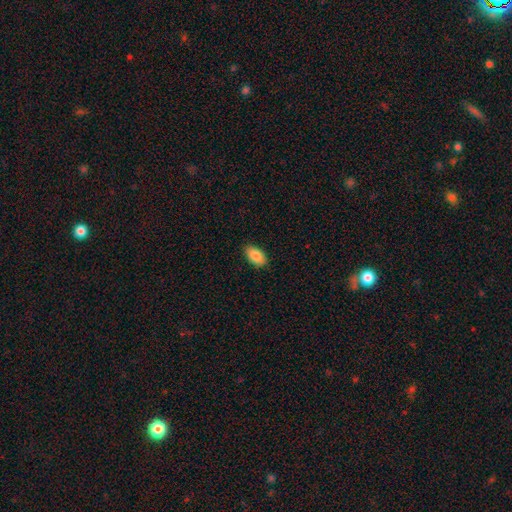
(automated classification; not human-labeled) A smooth galaxy with no disk features (87%) that is in between round and cigar-shaped (94%).

Vote fractions:
- Smooth or featured? smooth: 87% / star or artifact: 7% / featured or disk: 6%
- How rounded? in between: 94% / round: 4% / cigar-shaped: 2%
- Merging? none: 88% / minor disturbance: 9% / major disturbance: 2% / merger: 1%